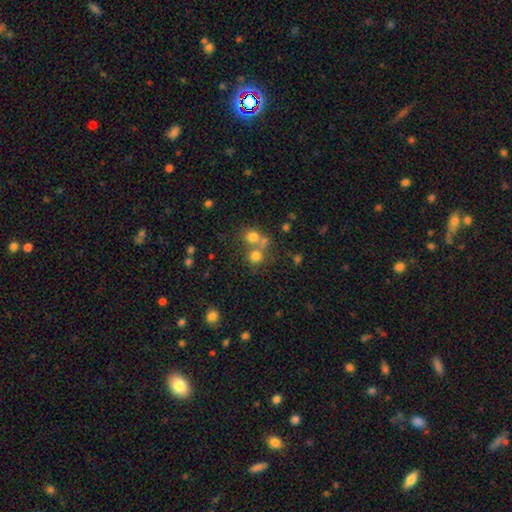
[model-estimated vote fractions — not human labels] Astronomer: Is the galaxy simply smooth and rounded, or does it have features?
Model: smooth — 72%.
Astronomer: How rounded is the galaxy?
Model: round — 85%.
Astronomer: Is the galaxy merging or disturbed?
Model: none — 48% (runner-up: merger, 41%).